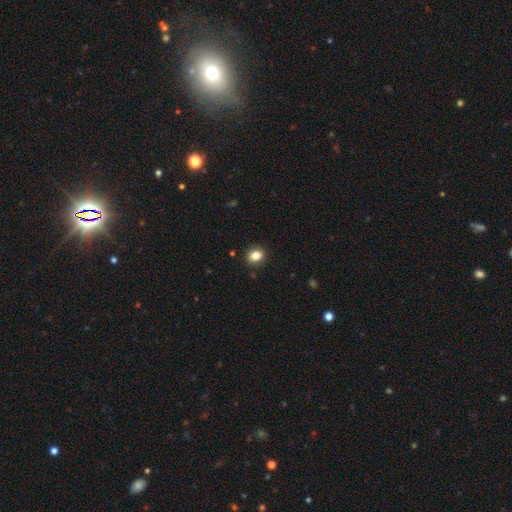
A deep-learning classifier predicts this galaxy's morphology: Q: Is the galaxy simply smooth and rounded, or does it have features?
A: smooth — 84%.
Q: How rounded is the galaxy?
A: in between — 51%.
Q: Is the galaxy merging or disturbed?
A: none — 89%.